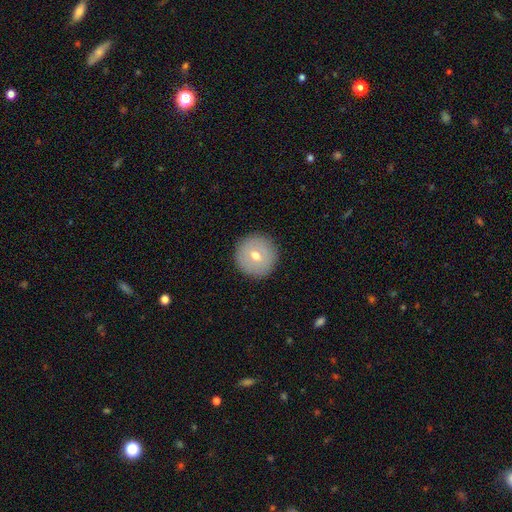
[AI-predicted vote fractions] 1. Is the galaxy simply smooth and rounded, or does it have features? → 65% smooth, 26% featured or disk, 9% star or artifact.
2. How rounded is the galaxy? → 96% round, 3% in between, 1% cigar-shaped.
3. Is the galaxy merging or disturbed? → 92% none, 5% minor disturbance, 2% major disturbance, 1% merger.